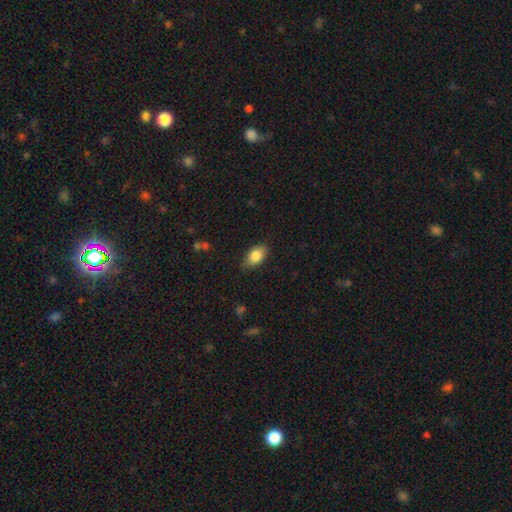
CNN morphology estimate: Smooth or featured?
  - smooth: 83% *
  - featured or disk: 10%
  - star or artifact: 8%
How rounded?
  - in between: 87% *
  - round: 10%
  - cigar-shaped: 3%
Merging?
  - none: 76% *
  - minor disturbance: 19%
  - major disturbance: 3%
  - merger: 1%